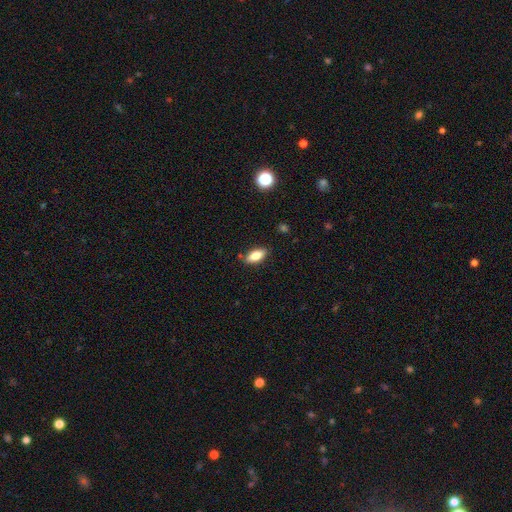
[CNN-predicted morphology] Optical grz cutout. It shows a smooth galaxy with no disk features (80%) that is in between round and cigar-shaped (85%). Merging: none (84%).